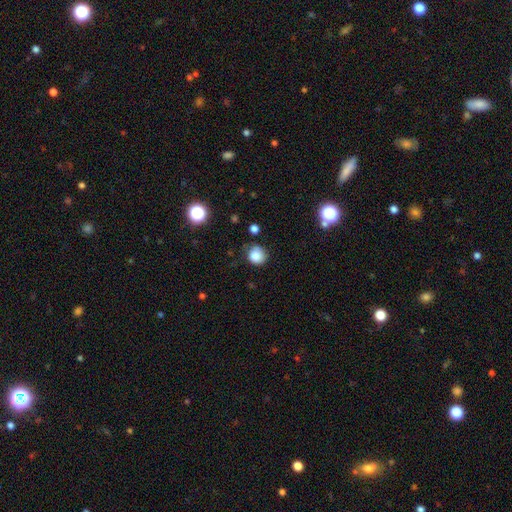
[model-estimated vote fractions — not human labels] A smooth galaxy with no disk features (84%) that is round (87%). Merging: none (72%).